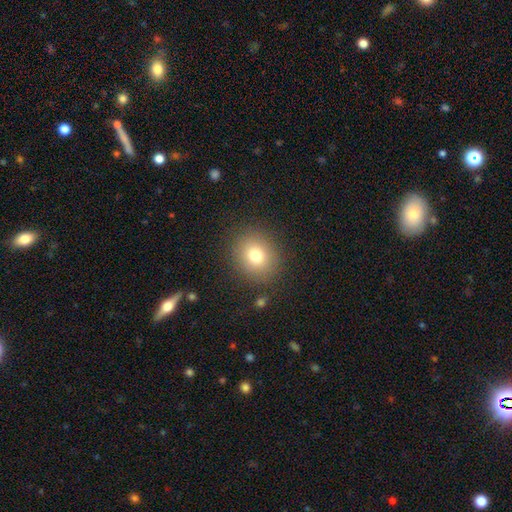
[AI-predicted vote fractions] A smooth galaxy with no disk features (76%) that is round (77%).

Vote fractions:
- Smooth or featured? smooth: 76% / star or artifact: 13% / featured or disk: 11%
- How rounded? round: 77% / in between: 22% / cigar-shaped: 1%
- Merging? none: 87% / minor disturbance: 8% / major disturbance: 4% / merger: 2%